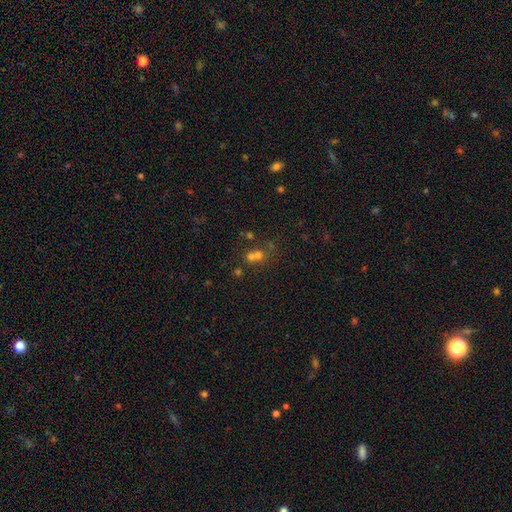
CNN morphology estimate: The model was most divided on "merging": merger: 49%, none: 40%, minor disturbance: 7%, major disturbance: 4%. More confident: how rounded — round (79%); smooth or featured — smooth (52%).